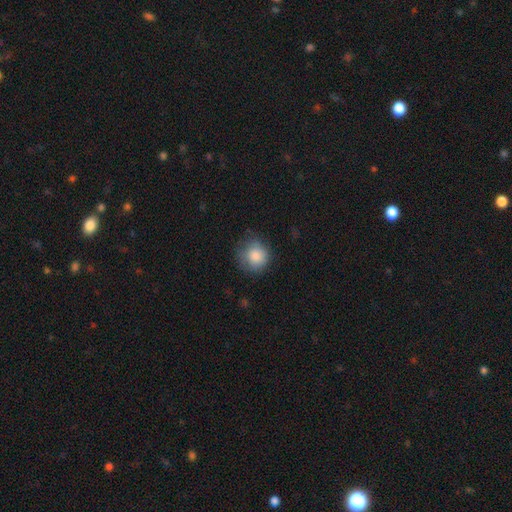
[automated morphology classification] Smooth or featured?
  - smooth: 84% *
  - featured or disk: 8%
  - star or artifact: 8%
How rounded?
  - round: 86% *
  - in between: 13%
  - cigar-shaped: 1%
Merging?
  - none: 67% *
  - minor disturbance: 24%
  - major disturbance: 7%
  - merger: 1%